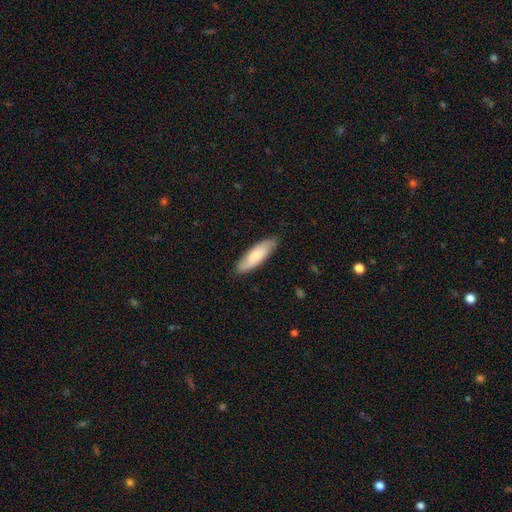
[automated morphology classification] smooth_or_featured: smooth (p=0.67) [alt: featured or disk p=0.28]
how_rounded: in between (p=0.52) [alt: cigar-shaped p=0.46]
merging: none (p=0.85) [alt: minor disturbance p=0.12]